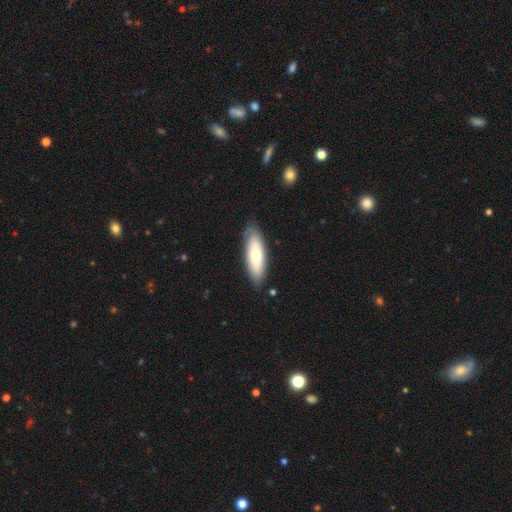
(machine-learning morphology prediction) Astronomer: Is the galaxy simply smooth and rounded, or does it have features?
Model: smooth — 66%.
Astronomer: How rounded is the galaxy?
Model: in between — 56% (runner-up: cigar-shaped, 42%).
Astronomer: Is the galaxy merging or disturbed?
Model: none — 85%.